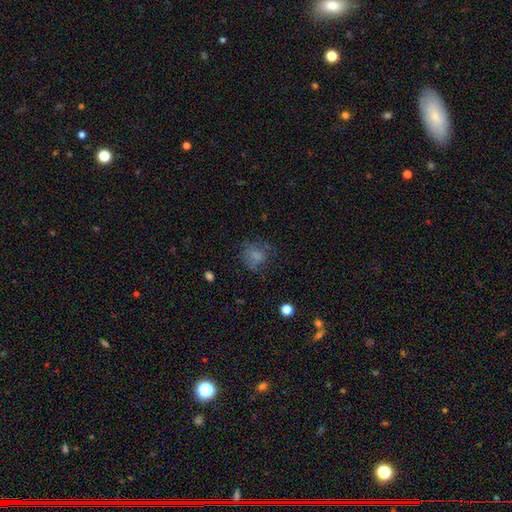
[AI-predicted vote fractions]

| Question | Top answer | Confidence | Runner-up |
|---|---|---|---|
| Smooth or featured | smooth | 70% | featured or disk (16%) |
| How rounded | round | 71% | in between (28%) |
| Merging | none | 60% | minor disturbance (21%) |